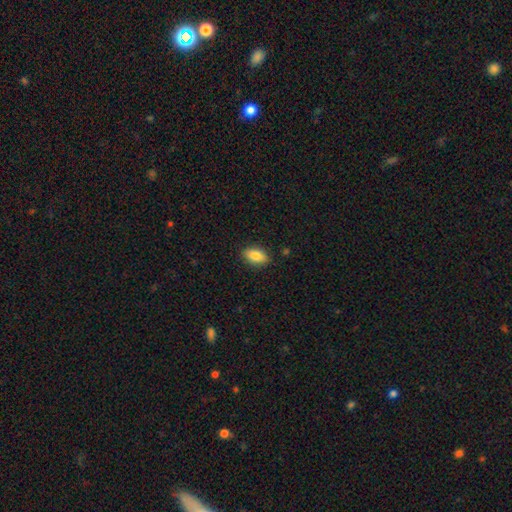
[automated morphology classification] type=smooth (82%); roundness=in between (88%); merging=none (86%).